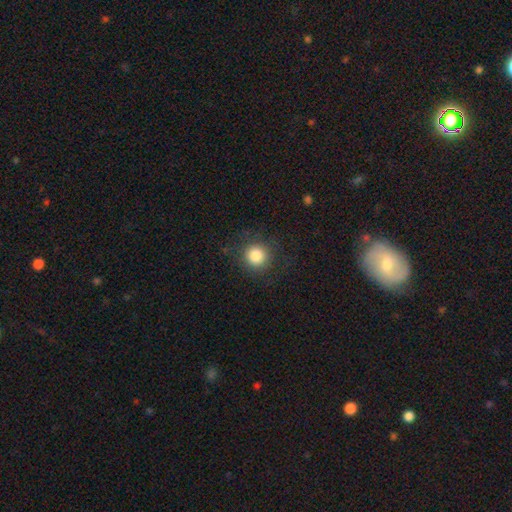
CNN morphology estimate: Q: Smooth or featured?
A: smooth (84%); runner-up: star or artifact (11%)
Q: How rounded?
A: round (94%); runner-up: in between (5%)
Q: Merging?
A: none (87%); runner-up: minor disturbance (8%)